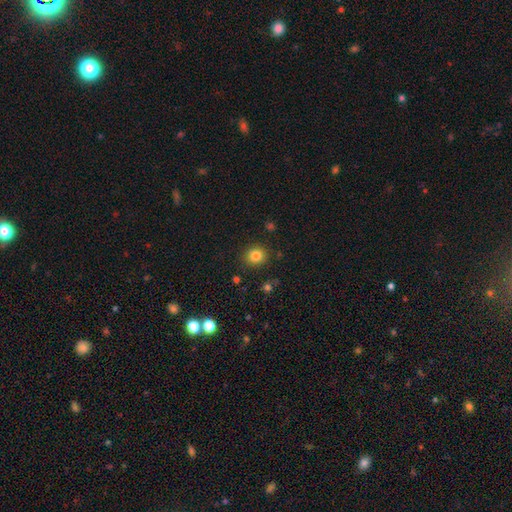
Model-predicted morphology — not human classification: Smooth or featured: smooth — 83% (star or artifact — 12%)
How rounded: round — 86% (in between — 13%)
Merging: none — 89% (minor disturbance — 7%)